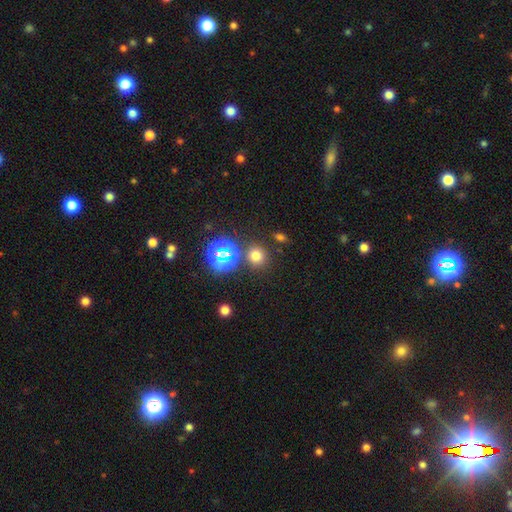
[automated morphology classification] Smooth or featured?
  - smooth: 67% *
  - star or artifact: 26%
  - featured or disk: 7%
How rounded?
  - round: 83% *
  - in between: 15%
  - cigar-shaped: 1%
Merging?
  - none: 81% *
  - minor disturbance: 8%
  - merger: 7%
  - major disturbance: 3%